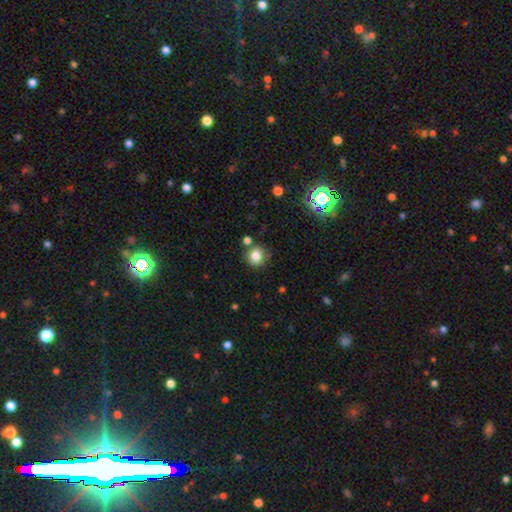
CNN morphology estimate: Overall: smooth (81%). How rounded: round (84%). Merging: none (75%).